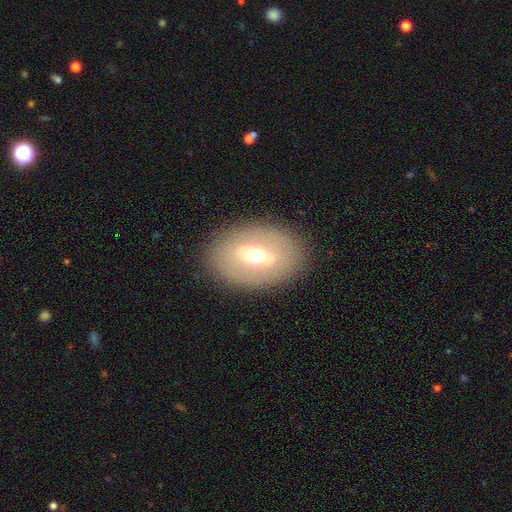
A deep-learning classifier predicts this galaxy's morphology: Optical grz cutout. It shows a featured or disk galaxy (47%). Merging: none (85%).